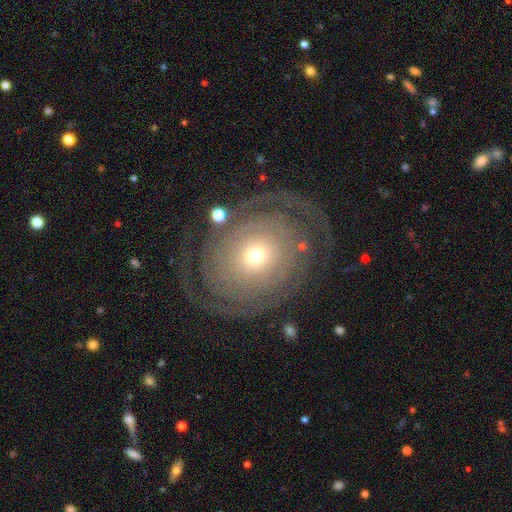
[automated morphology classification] type=featured or disk (81%); edge-on=no (97%); bar=no (84%); spiral arms=yes (88%); winding=tight (73%); arm count=2 (61%); bulge=small (66%); merging=none (74%).